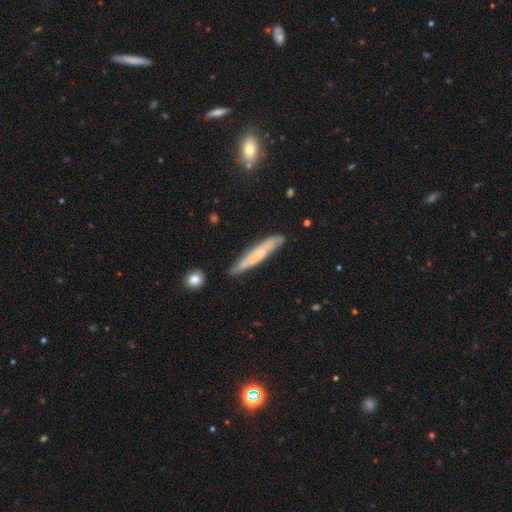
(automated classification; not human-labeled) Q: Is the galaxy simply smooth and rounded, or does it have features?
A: featured or disk — 50%.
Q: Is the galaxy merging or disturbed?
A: none — 77%.